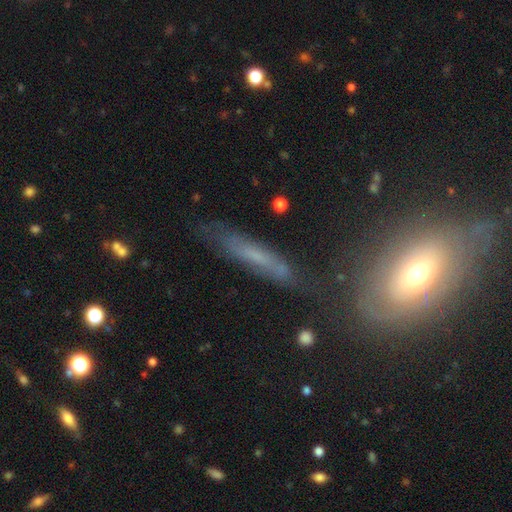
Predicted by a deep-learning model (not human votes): Smooth or featured?
  - smooth: 44% *
  - featured or disk: 43%
  - star or artifact: 12%
Merging?
  - none: 68% *
  - minor disturbance: 20%
  - major disturbance: 7%
  - merger: 5%